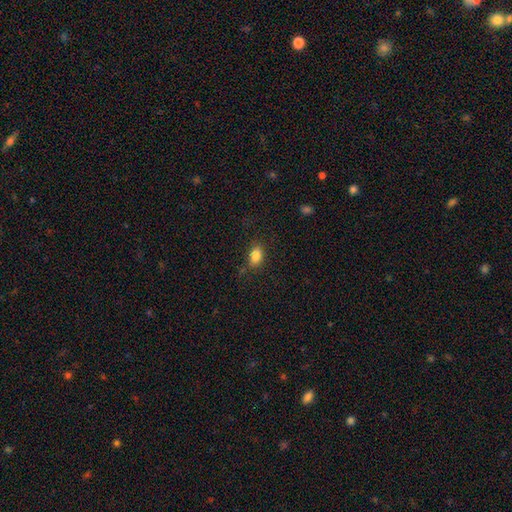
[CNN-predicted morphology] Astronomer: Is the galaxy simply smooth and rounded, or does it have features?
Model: smooth — 85%.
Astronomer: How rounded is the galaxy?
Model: in between — 81%.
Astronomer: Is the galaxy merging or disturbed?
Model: none — 77%.